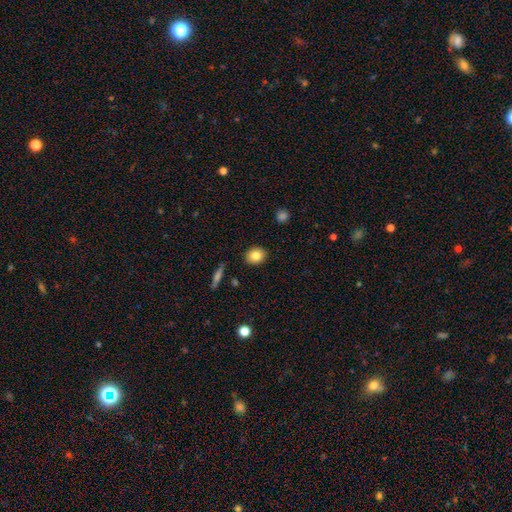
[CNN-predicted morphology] A smooth galaxy with no disk features (82%) that is round (54%). Merging: none (90%).